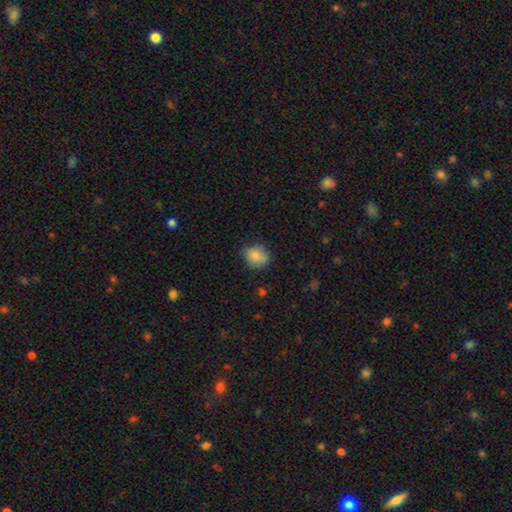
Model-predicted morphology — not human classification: Q: Smooth or featured?
A: smooth (82%); runner-up: featured or disk (9%)
Q: How rounded?
A: round (69%); runner-up: in between (30%)
Q: Merging?
A: none (68%); runner-up: minor disturbance (25%)